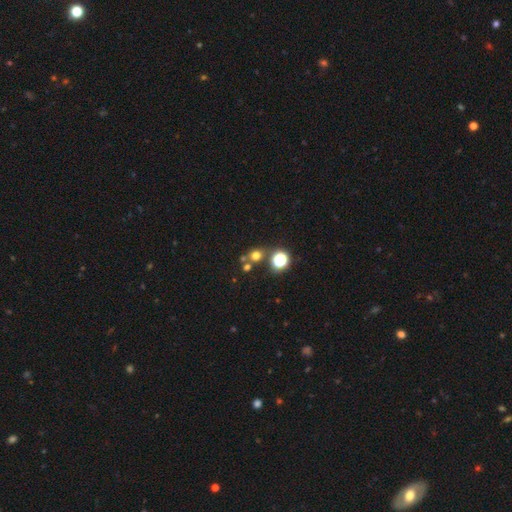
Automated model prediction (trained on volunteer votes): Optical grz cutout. It shows a smooth galaxy with no disk features (62%) that is round (84%). Merging: none (64%).